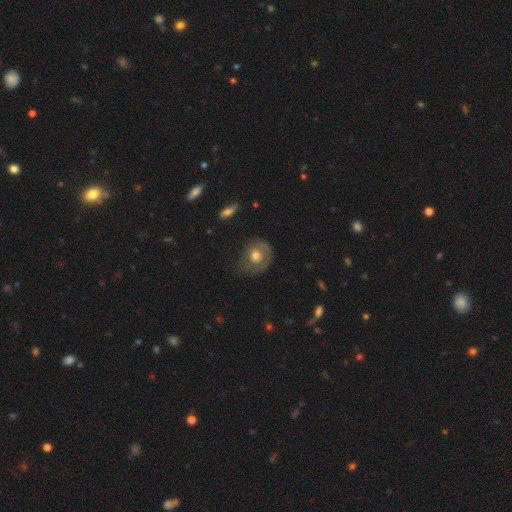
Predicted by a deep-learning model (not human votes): smooth-or-featured: smooth: 50% | featured or disk: 42% | star or artifact: 8%
  how-rounded: round: 72% | in between: 27% | cigar-shaped: 1%
  merging: none: 54% | minor disturbance: 25% | major disturbance: 18% | merger: 2%